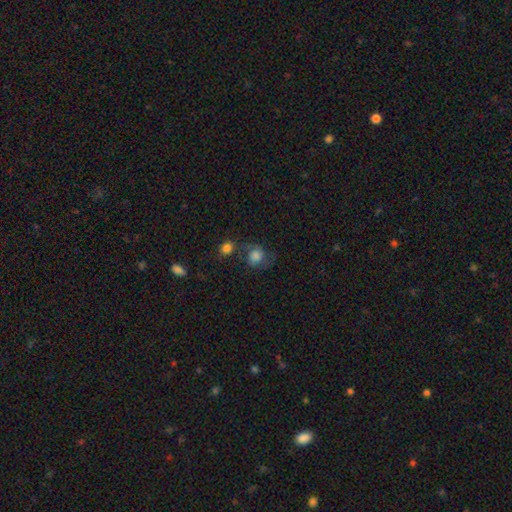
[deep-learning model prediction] A smooth galaxy with no disk features (64%) that is round (69%). Merging: none (41%).